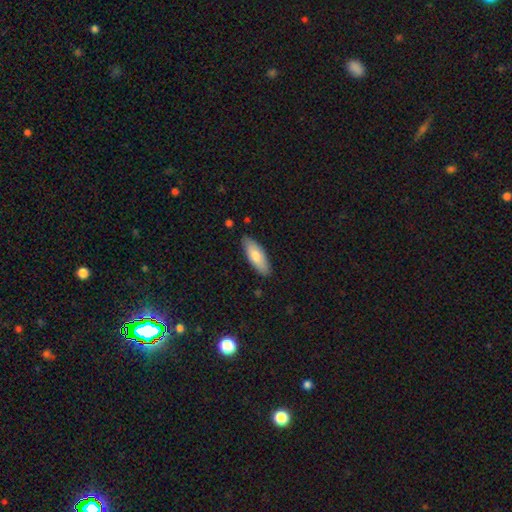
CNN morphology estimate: Smooth or featured?
  - smooth: 79% *
  - featured or disk: 16%
  - star or artifact: 5%
How rounded?
  - in between: 68% *
  - cigar-shaped: 30%
  - round: 2%
Merging?
  - none: 86% *
  - minor disturbance: 11%
  - major disturbance: 2%
  - merger: 1%